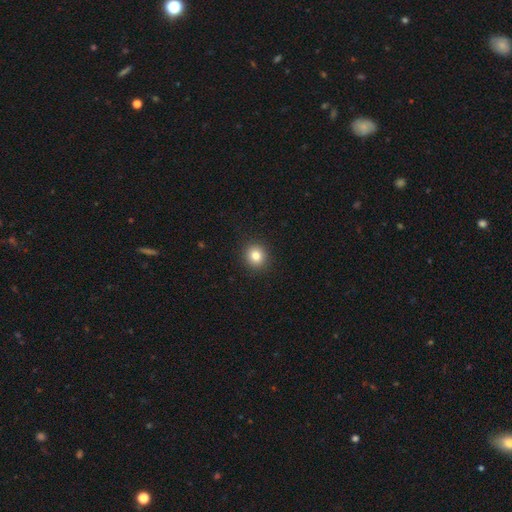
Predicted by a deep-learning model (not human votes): Q: Smooth or featured?
A: smooth (83%); runner-up: star or artifact (11%)
Q: How rounded?
A: round (86%); runner-up: in between (13%)
Q: Merging?
A: none (92%); runner-up: minor disturbance (5%)